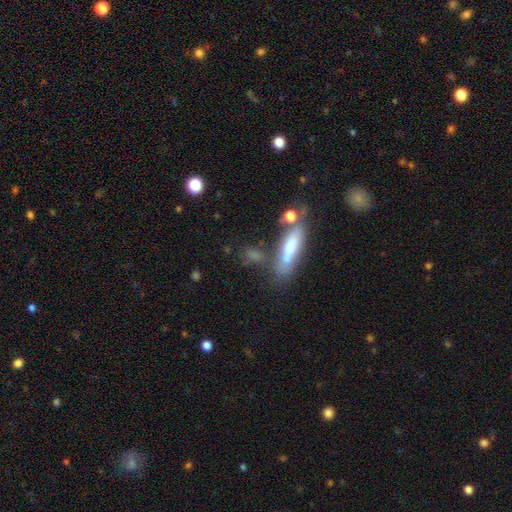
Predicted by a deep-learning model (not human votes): Smooth or featured?
  - smooth: 63% *
  - featured or disk: 25%
  - star or artifact: 12%
How rounded?
  - cigar-shaped: 64% *
  - in between: 30%
  - round: 6%
Merging?
  - none: 54% *
  - merger: 20%
  - minor disturbance: 17%
  - major disturbance: 9%